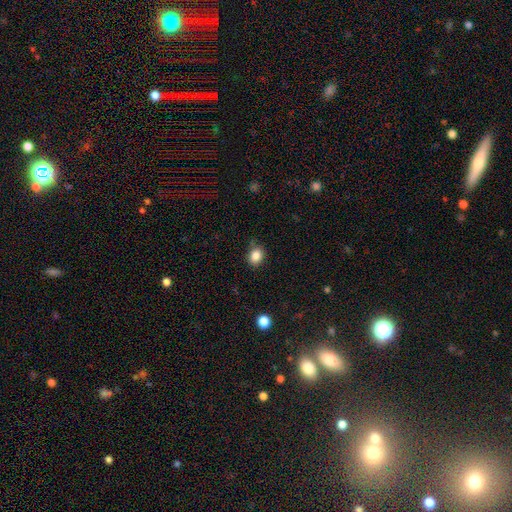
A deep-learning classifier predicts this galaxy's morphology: A smooth galaxy with no disk features (85%) that is round (52%). Merging: none (77%).